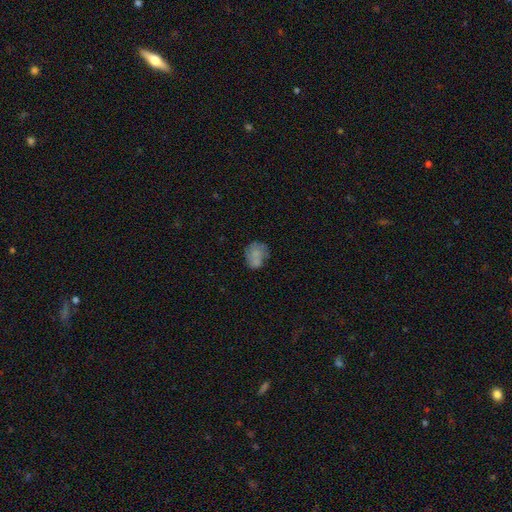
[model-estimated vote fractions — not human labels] This is likely a smooth galaxy (65%). How rounded: possibly round (52%). Merging: possibly none (50%).